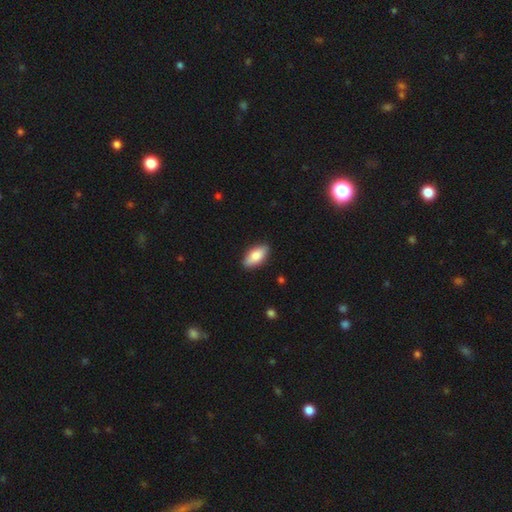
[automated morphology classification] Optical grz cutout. It shows a smooth galaxy with no disk features (78%) that is in between round and cigar-shaped (87%). Merging: none (88%).